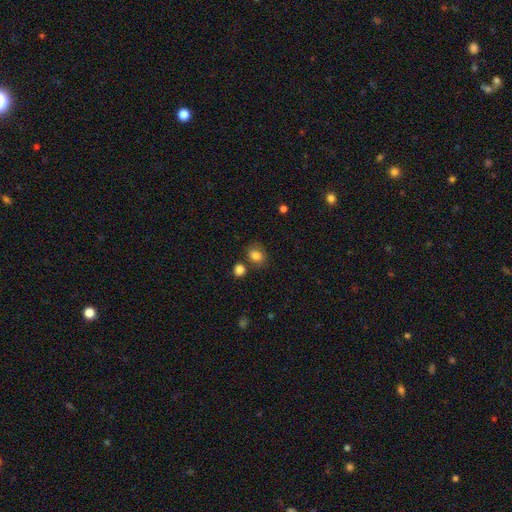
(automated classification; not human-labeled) Overall: smooth (83%). How rounded: round (50%; in between 49%). Merging: none (70%).